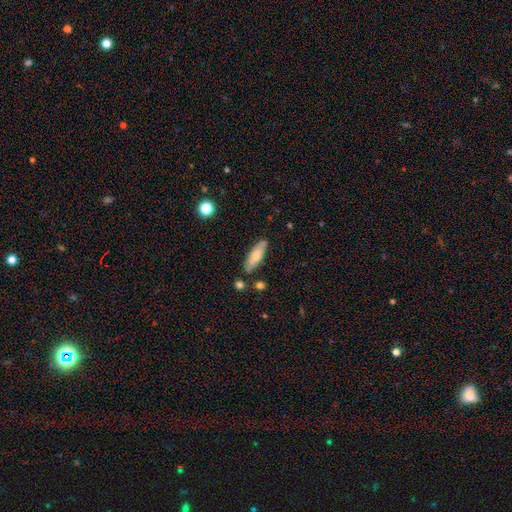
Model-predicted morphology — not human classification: smooth_or_featured: smooth (p=0.66) [alt: featured or disk p=0.27]
how_rounded: cigar-shaped (p=0.55) [alt: in between p=0.43]
merging: none (p=0.81) [alt: minor disturbance p=0.12]